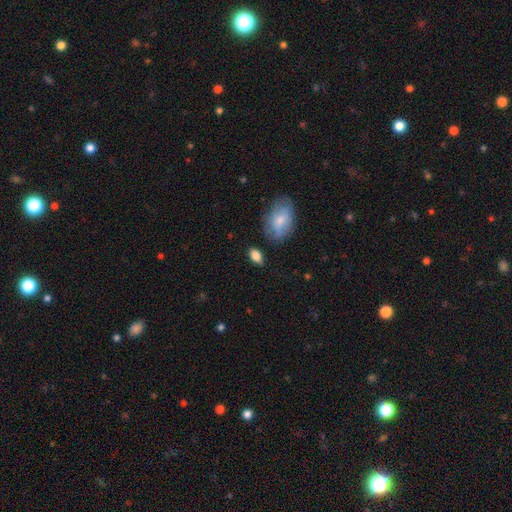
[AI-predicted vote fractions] The model was most divided on "merging": none: 75%, minor disturbance: 17%, major disturbance: 5%, merger: 3%. More confident: how rounded — in between (88%); smooth or featured — smooth (83%).